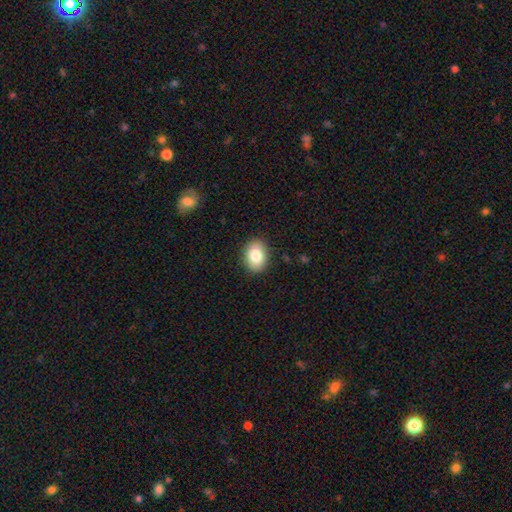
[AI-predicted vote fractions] Smooth or featured?
  - smooth: 83% *
  - featured or disk: 9%
  - star or artifact: 8%
How rounded?
  - in between: 73% *
  - round: 26%
  - cigar-shaped: 1%
Merging?
  - none: 88% *
  - minor disturbance: 9%
  - major disturbance: 2%
  - merger: 1%